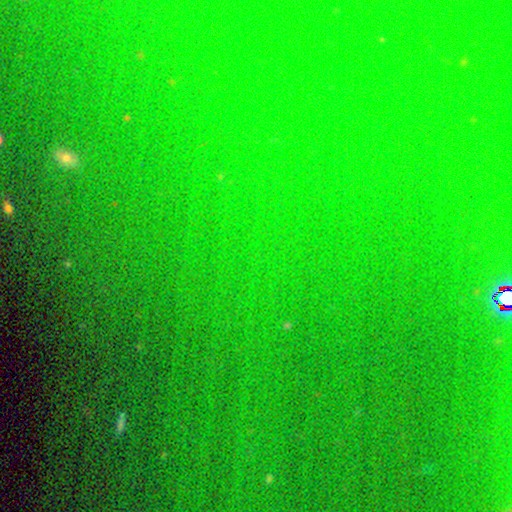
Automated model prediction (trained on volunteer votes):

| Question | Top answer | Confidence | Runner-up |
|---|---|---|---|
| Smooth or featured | star or artifact | 80% | smooth (12%) |